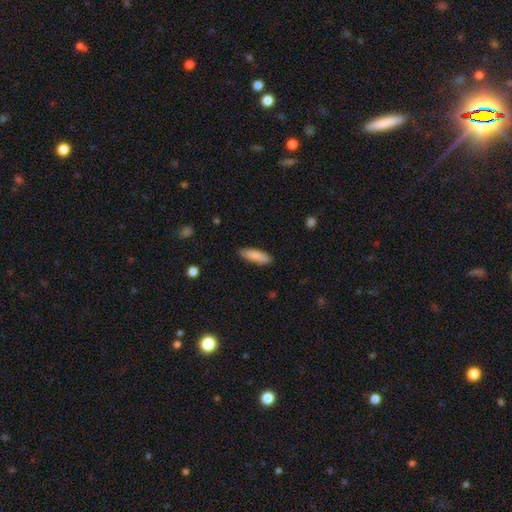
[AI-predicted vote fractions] The model was most divided on "how rounded": cigar-shaped: 54%, in between: 44%, round: 2%. More confident: smooth or featured — smooth (88%); merging — none (88%).